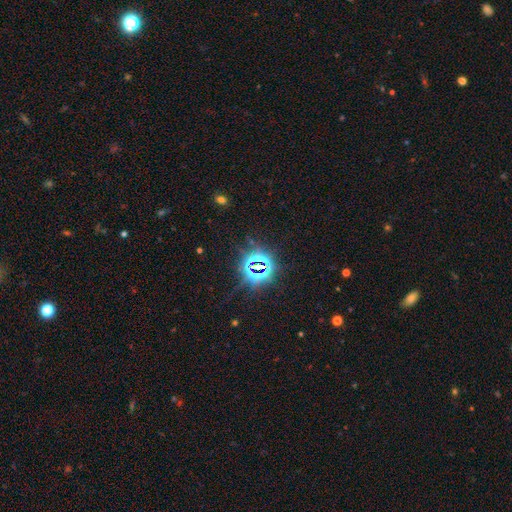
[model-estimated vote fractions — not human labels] This appears to be a star or artifact, not a galaxy (81%).